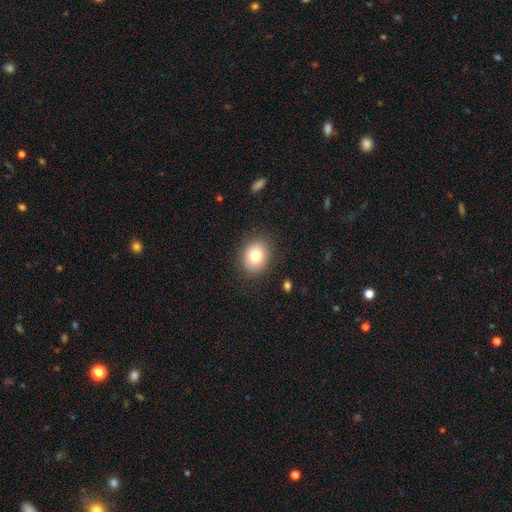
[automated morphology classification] This appears to be a smooth galaxy with no disk features (80%) that is round (55%). Merging: none (85%).